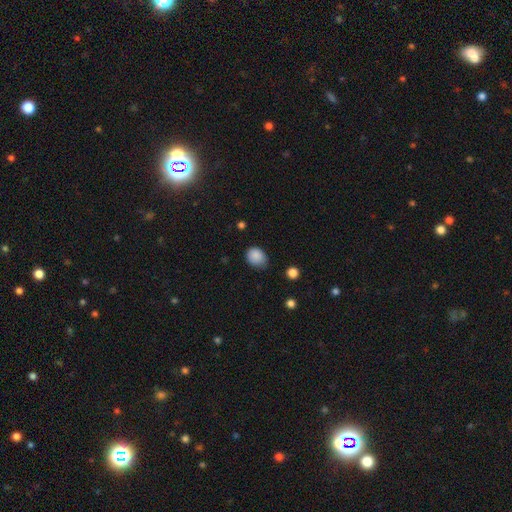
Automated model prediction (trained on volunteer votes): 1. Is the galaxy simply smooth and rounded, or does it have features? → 86% smooth, 9% star or artifact, 4% featured or disk.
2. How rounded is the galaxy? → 53% round, 46% in between, 1% cigar-shaped.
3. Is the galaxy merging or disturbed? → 61% none, 32% minor disturbance, 5% major disturbance, 2% merger.